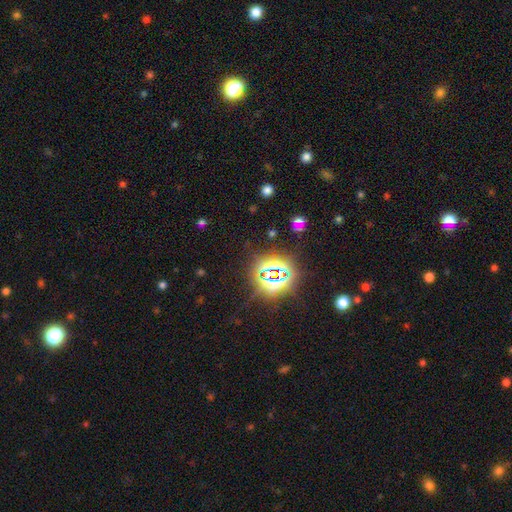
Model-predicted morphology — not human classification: Q: Smooth or featured?
A: star or artifact (76%); runner-up: smooth (16%)